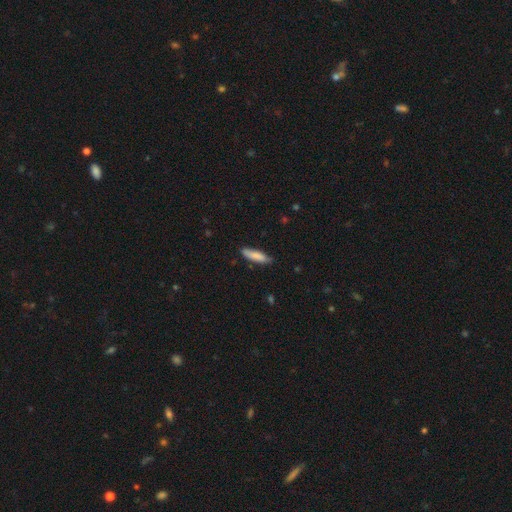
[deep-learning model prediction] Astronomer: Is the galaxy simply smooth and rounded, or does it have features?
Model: smooth — 83%.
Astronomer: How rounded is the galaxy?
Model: cigar-shaped — 66%.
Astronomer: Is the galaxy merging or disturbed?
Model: none — 77%.